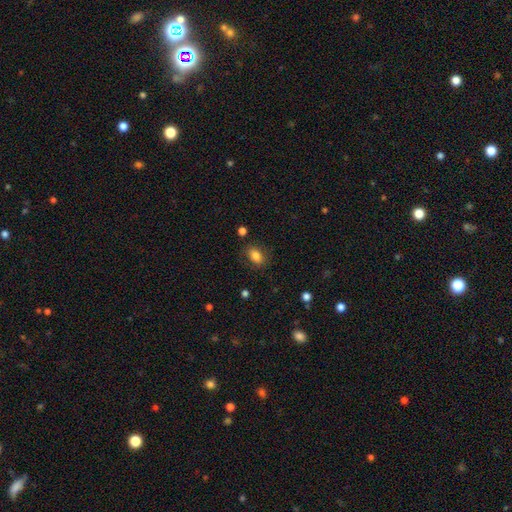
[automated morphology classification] smooth 82%, star or artifact 9%, featured or disk 8%. Down the decision tree: how rounded — in between (84%); merging — none (83%).